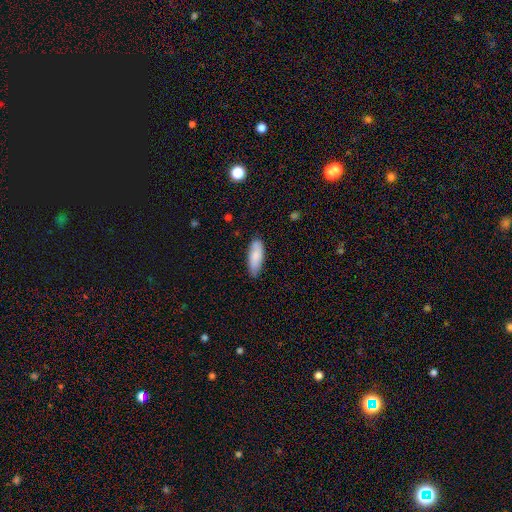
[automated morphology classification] Smooth or featured: smooth — 83% (featured or disk — 11%)
How rounded: in between — 67% (cigar-shaped — 31%)
Merging: none — 79% (minor disturbance — 17%)